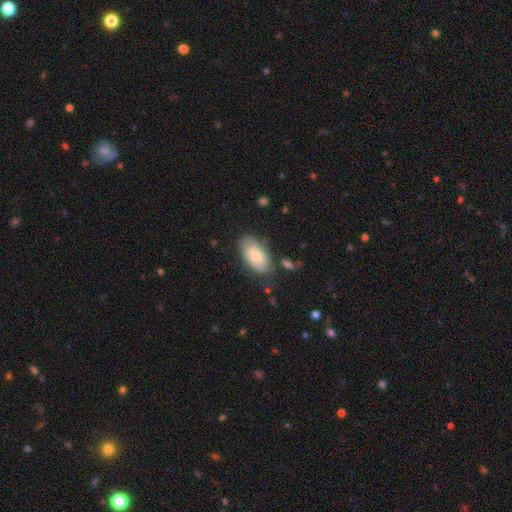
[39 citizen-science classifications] Morphology: type=smooth (79%); roundness=in between (90%); merging=none (74%).